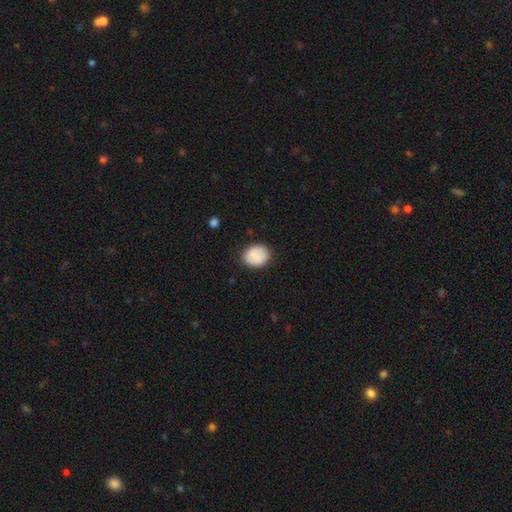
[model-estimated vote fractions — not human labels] smooth 85%, featured or disk 8%, star or artifact 7%. Down the decision tree: how rounded — round (51%); merging — none (86%).